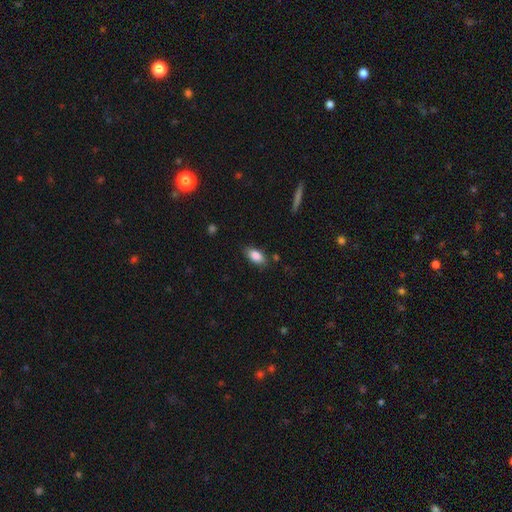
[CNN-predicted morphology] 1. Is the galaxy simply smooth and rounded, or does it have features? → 85% smooth, 8% featured or disk, 7% star or artifact.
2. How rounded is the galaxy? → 88% in between, 7% cigar-shaped, 5% round.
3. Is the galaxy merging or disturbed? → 79% none, 16% minor disturbance, 3% major disturbance, 2% merger.